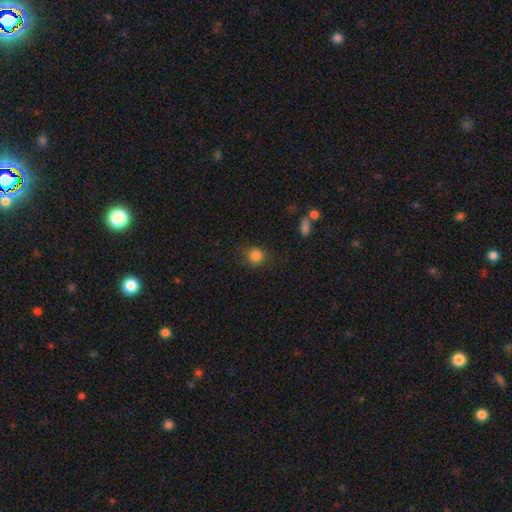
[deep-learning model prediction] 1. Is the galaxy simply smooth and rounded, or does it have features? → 83% smooth, 12% star or artifact, 5% featured or disk.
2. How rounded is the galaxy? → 84% round, 15% in between, 1% cigar-shaped.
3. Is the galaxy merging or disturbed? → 79% none, 15% minor disturbance, 5% major disturbance, 2% merger.